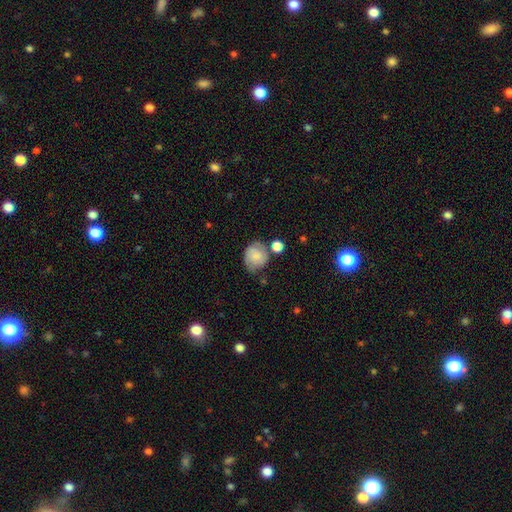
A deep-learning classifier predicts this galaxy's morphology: A smooth galaxy with no disk features (72%) that is round (72%). Merging: none (54%).